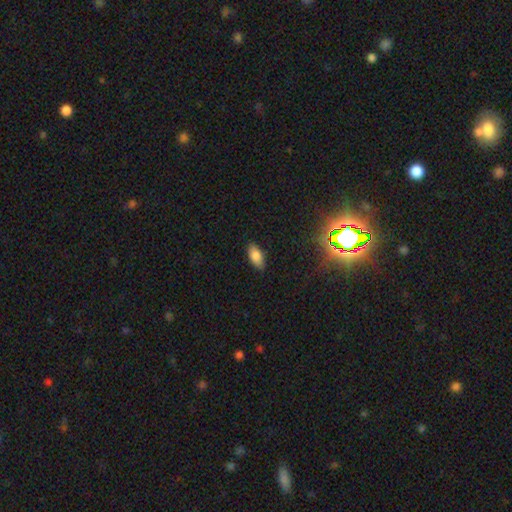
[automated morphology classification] A smooth galaxy with no disk features (83%) that is in between round and cigar-shaped (90%).

Vote fractions:
- Smooth or featured? smooth: 83% / star or artifact: 9% / featured or disk: 8%
- How rounded? in between: 90% / cigar-shaped: 7% / round: 3%
- Merging? none: 87% / minor disturbance: 10% / major disturbance: 2% / merger: 1%